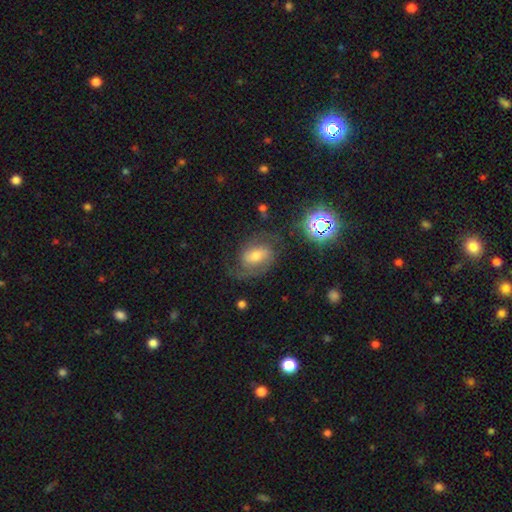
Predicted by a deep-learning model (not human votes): Smooth or featured? Predicted: featured or disk (p=0.67). Edge-on disk? Predicted: no (p=0.96). Bar? Predicted: weak (p=0.45). Spiral arms? Predicted: yes (p=0.91). Spiral winding? Predicted: medium (p=0.50). Spiral arm count? Predicted: 2 (p=0.78). Bulge size? Predicted: moderate (p=0.60). Merging? Predicted: none (p=0.62).